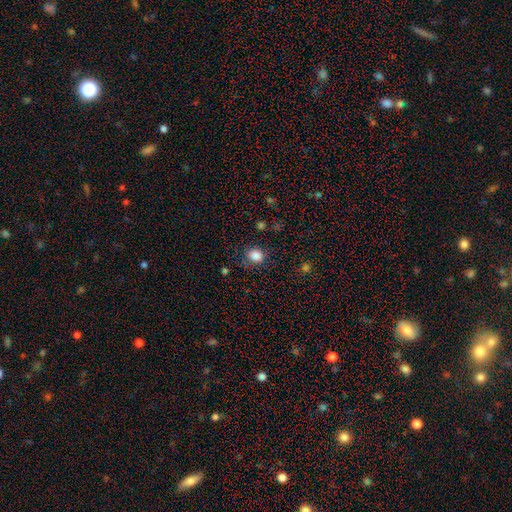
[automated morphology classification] Smooth or featured?
  - smooth: 85% *
  - star or artifact: 11%
  - featured or disk: 4%
How rounded?
  - round: 62% *
  - in between: 37%
  - cigar-shaped: 1%
Merging?
  - none: 79% *
  - minor disturbance: 15%
  - major disturbance: 5%
  - merger: 2%